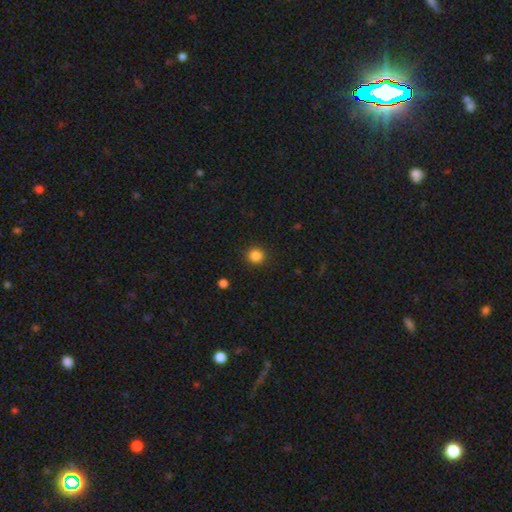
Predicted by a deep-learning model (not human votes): A smooth galaxy with no disk features (85%) that is round (88%).

Vote fractions:
- Smooth or featured? smooth: 85% / star or artifact: 11% / featured or disk: 3%
- How rounded? round: 88% / in between: 11% / cigar-shaped: 1%
- Merging? none: 91% / minor disturbance: 6% / major disturbance: 2% / merger: 1%